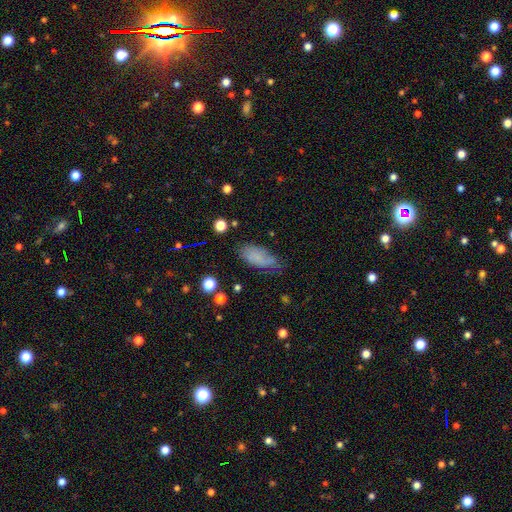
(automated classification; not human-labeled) A smooth galaxy with no disk features (73%) that is in between round and cigar-shaped (86%).

Vote fractions:
- Smooth or featured? smooth: 73% / featured or disk: 17% / star or artifact: 11%
- How rounded? in between: 86% / cigar-shaped: 11% / round: 3%
- Merging? none: 55% / minor disturbance: 32% / major disturbance: 10% / merger: 3%